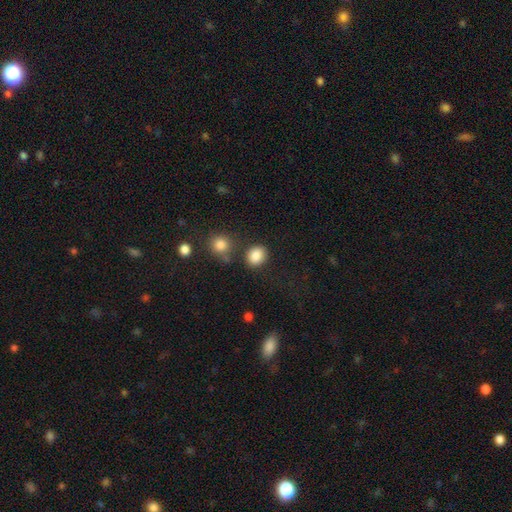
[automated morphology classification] Smooth or featured?
  - smooth: 86% *
  - star or artifact: 9%
  - featured or disk: 5%
How rounded?
  - round: 57% *
  - in between: 42%
  - cigar-shaped: 1%
Merging?
  - none: 78% *
  - minor disturbance: 11%
  - merger: 8%
  - major disturbance: 4%